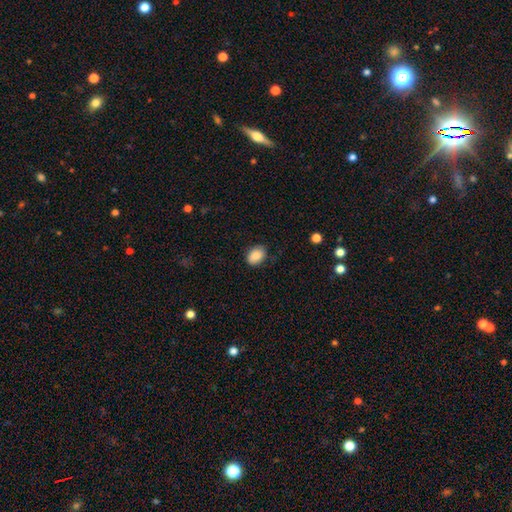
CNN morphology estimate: Smooth or featured: smooth — 86% (star or artifact — 8%)
How rounded: in between — 74% (round — 25%)
Merging: none — 76% (minor disturbance — 18%)